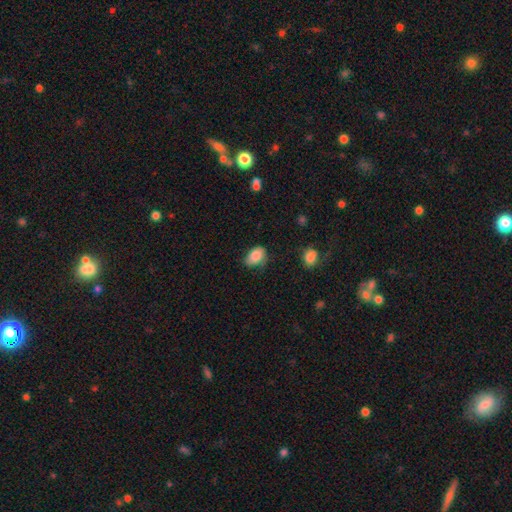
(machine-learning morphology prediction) This appears to be a smooth galaxy with no disk features (81%) that is in between round and cigar-shaped (82%). Merging: none (50%).